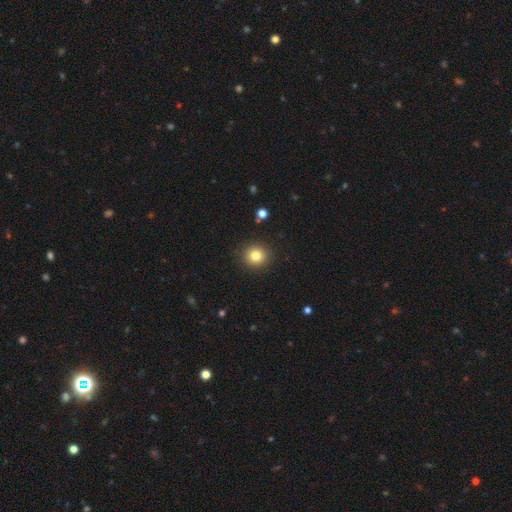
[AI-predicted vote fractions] A smooth galaxy with no disk features (82%) that is round (89%). Merging: none (90%).